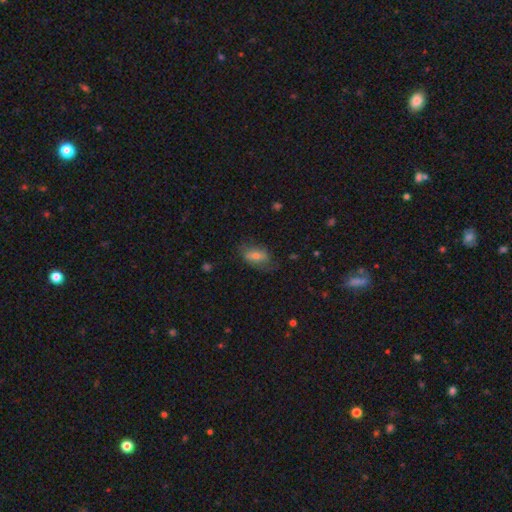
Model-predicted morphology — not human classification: type=smooth (56%); roundness=in between (86%); merging=none (59%).